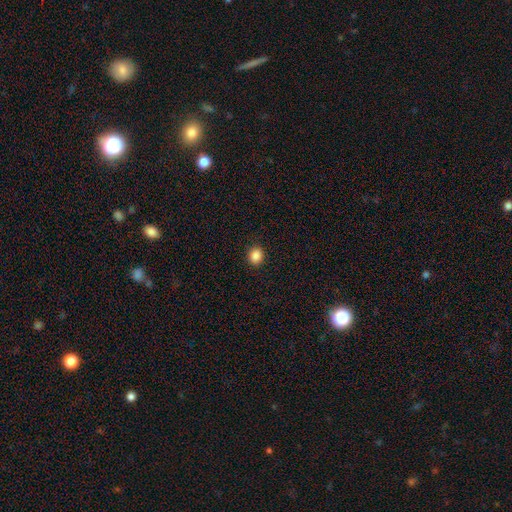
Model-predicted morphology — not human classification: smooth 87%, star or artifact 10%, featured or disk 3%. Down the decision tree: how rounded — round (72%); merging — none (91%).